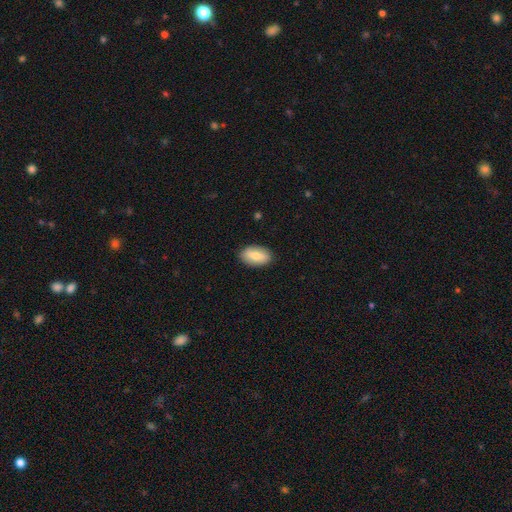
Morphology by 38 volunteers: Overall: smooth (71%). How rounded: in between (89%). Merging: none (92%).